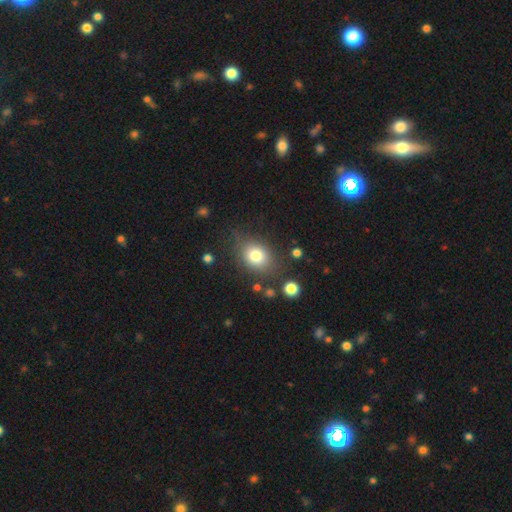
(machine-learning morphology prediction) This is likely a smooth galaxy (78%). How rounded: possibly round (50%). Merging: likely none (74%).